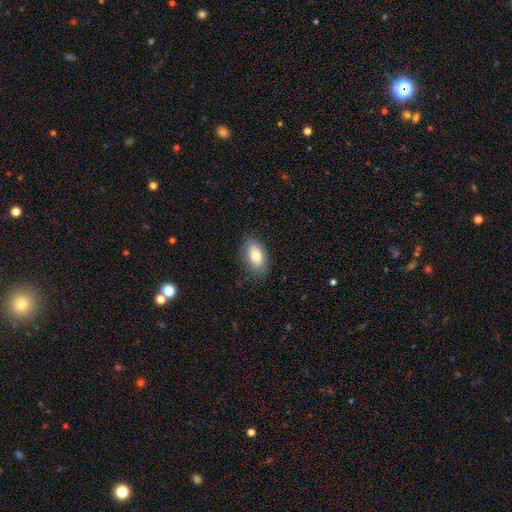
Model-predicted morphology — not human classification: This is likely a smooth galaxy (79%). How rounded: clearly in between (91%). Merging: clearly none (80%).